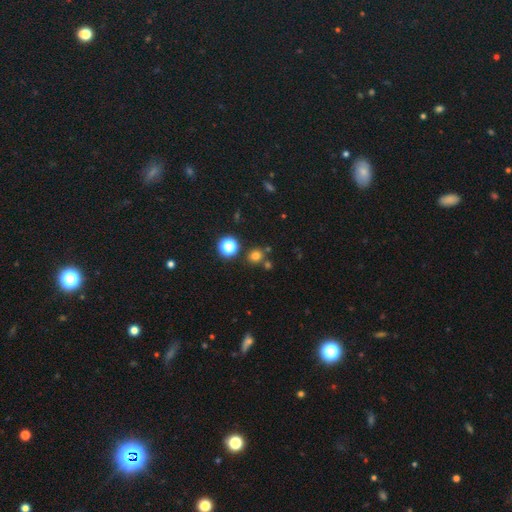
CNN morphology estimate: A smooth galaxy with no disk features (73%) that is round (84%).

Vote fractions:
- Smooth or featured? smooth: 73% / star or artifact: 22% / featured or disk: 6%
- How rounded? round: 84% / in between: 15% / cigar-shaped: 1%
- Merging? none: 77% / merger: 11% / minor disturbance: 8% / major disturbance: 3%